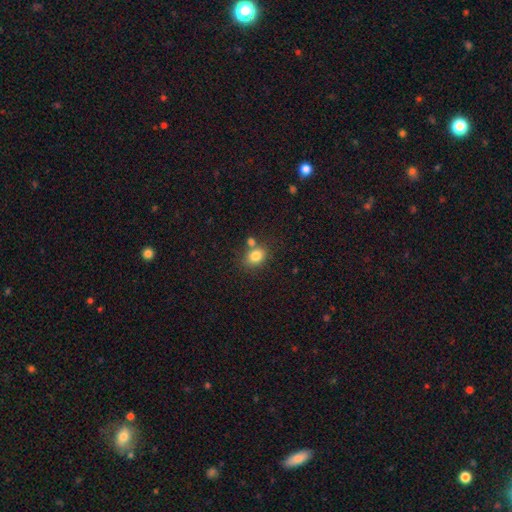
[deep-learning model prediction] A smooth galaxy with no disk features (82%) that is in between round and cigar-shaped (56%). Merging: none (61%).